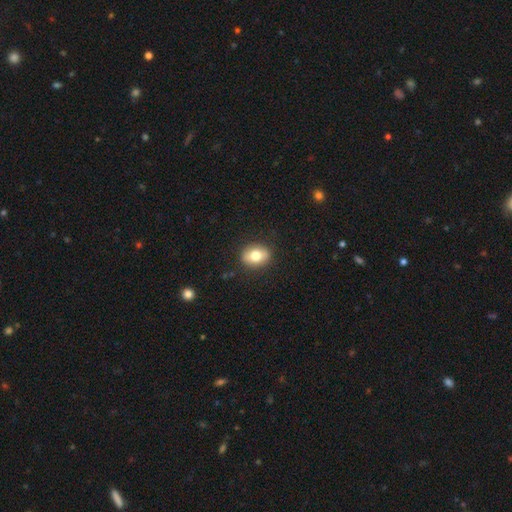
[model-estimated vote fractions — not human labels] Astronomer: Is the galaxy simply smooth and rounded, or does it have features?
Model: smooth — 74%.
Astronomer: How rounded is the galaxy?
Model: in between — 67%.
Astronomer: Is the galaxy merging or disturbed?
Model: none — 87%.